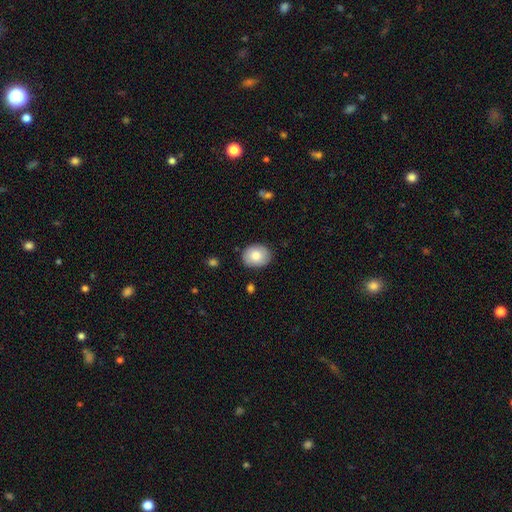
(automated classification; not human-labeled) A smooth galaxy with no disk features (80%) that is in between round and cigar-shaped (52%). Merging: none (84%).